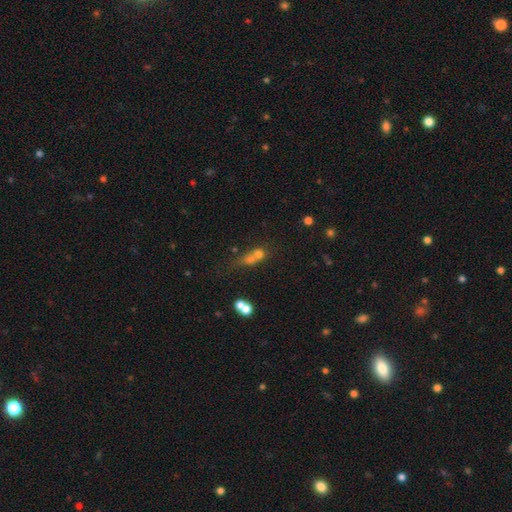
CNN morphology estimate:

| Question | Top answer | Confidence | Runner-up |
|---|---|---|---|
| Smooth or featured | smooth | 61% | featured or disk (22%) |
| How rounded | round | 59% | in between (31%) |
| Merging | merger | 55% | none (27%) |